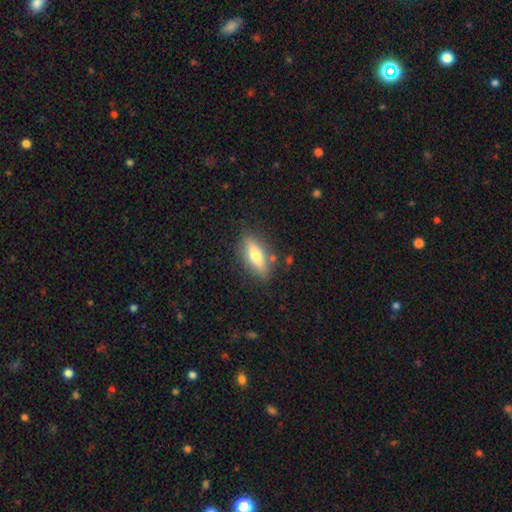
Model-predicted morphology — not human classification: A smooth galaxy with no disk features (57%) that is in between round and cigar-shaped (55%).

Vote fractions:
- Smooth or featured? smooth: 57% / featured or disk: 36% / star or artifact: 7%
- How rounded? in between: 55% / cigar-shaped: 42% / round: 3%
- Merging? none: 82% / minor disturbance: 12% / major disturbance: 3% / merger: 3%